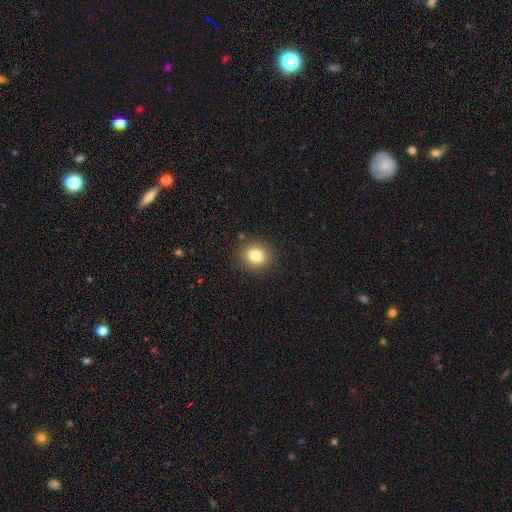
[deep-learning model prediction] Smooth or featured? Predicted: smooth (p=0.82). How rounded? Predicted: round (p=0.83). Merging? Predicted: none (p=0.89).